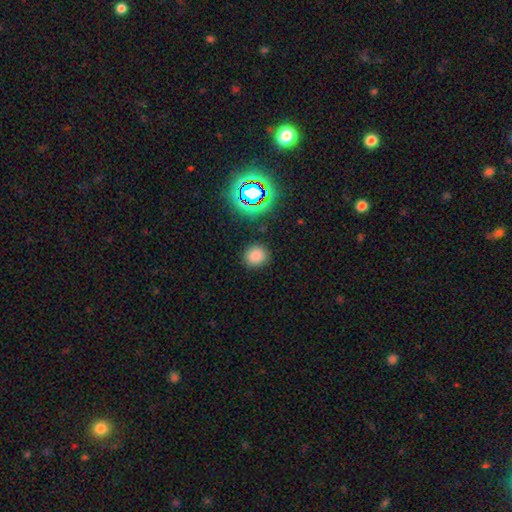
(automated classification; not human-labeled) Q: Smooth or featured?
A: smooth (78%); runner-up: star or artifact (17%)
Q: How rounded?
A: round (83%); runner-up: in between (16%)
Q: Merging?
A: none (88%); runner-up: minor disturbance (8%)